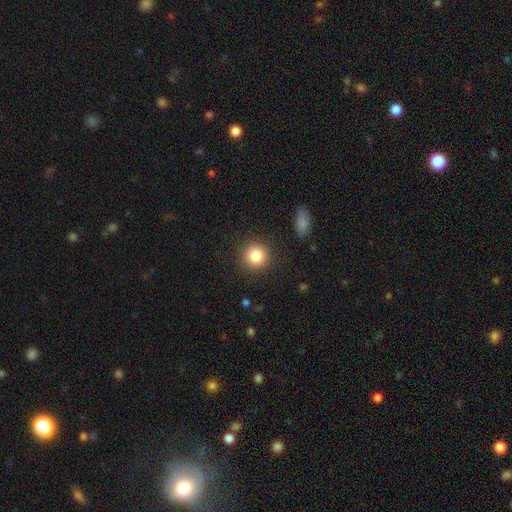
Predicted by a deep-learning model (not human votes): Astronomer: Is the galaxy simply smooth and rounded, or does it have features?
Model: smooth — 84%.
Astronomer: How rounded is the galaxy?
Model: round — 93%.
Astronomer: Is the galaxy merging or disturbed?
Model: none — 89%.